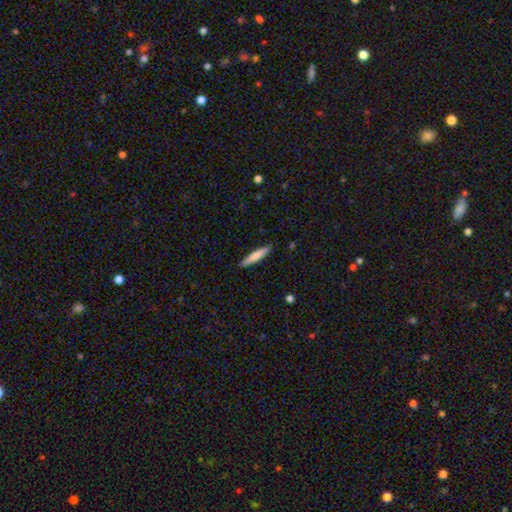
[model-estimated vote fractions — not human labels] This appears to be a smooth galaxy with no disk features (76%) that is cigar-shaped (90%). Merging: none (90%).